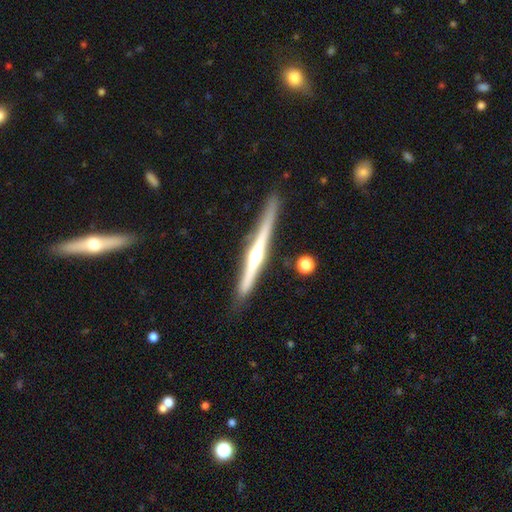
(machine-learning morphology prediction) smooth-or-featured: featured or disk: 77% | smooth: 18% | star or artifact: 5%
  disk-edge-on: yes: 98% | no: 2%
    edge-on-bulge: rounded: 86% | none: 9% | boxy: 5%
  merging: none: 87% | minor disturbance: 9% | merger: 2% | major disturbance: 2%